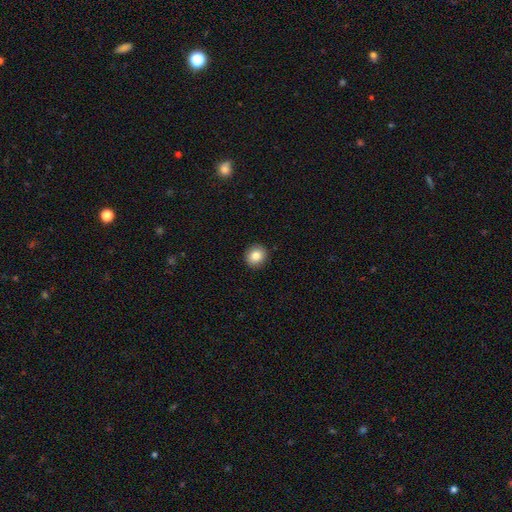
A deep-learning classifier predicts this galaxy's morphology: Q: Smooth or featured?
A: smooth (83%); runner-up: star or artifact (9%)
Q: How rounded?
A: round (87%); runner-up: in between (12%)
Q: Merging?
A: none (92%); runner-up: minor disturbance (6%)